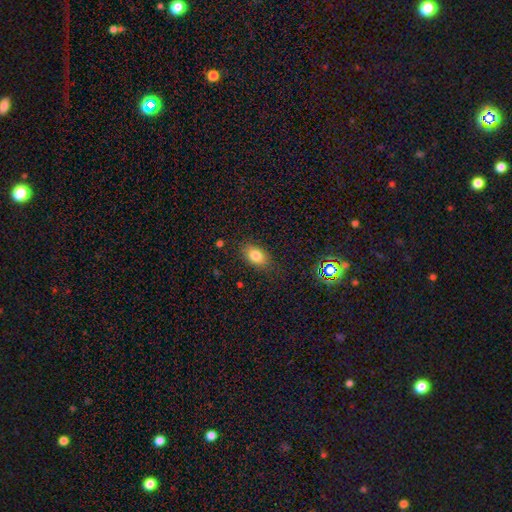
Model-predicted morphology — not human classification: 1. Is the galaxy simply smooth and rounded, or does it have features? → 81% smooth, 10% star or artifact, 9% featured or disk.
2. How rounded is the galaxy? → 84% in between, 13% round, 3% cigar-shaped.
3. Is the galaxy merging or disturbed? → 83% none, 12% minor disturbance, 3% major disturbance, 1% merger.